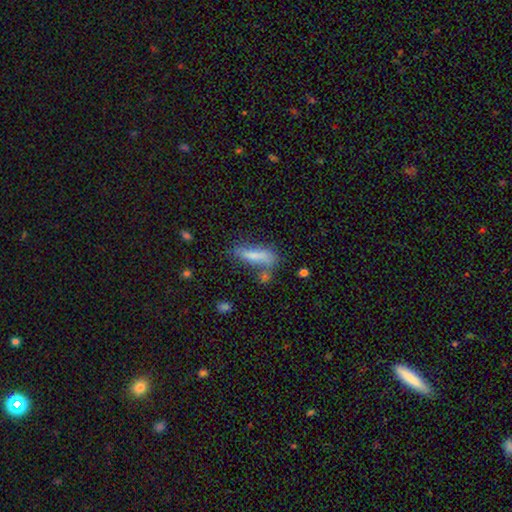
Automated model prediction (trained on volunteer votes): A smooth galaxy with no disk features (74%) that is cigar-shaped (66%).

Vote fractions:
- Smooth or featured? smooth: 74% / featured or disk: 18% / star or artifact: 8%
- How rounded? cigar-shaped: 66% / in between: 32% / round: 2%
- Merging? none: 53% / minor disturbance: 23% / merger: 14% / major disturbance: 10%